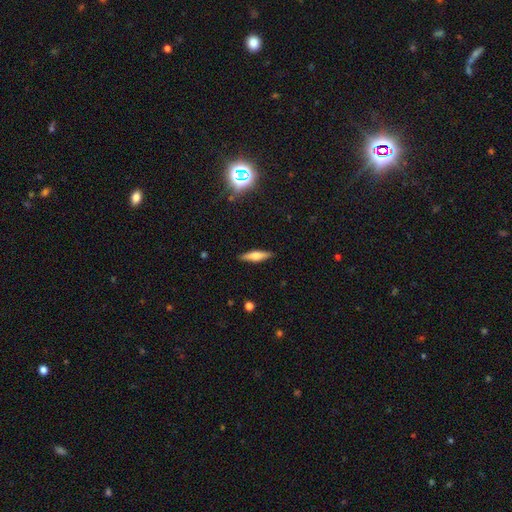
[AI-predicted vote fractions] smooth_or_featured: smooth (p=0.53) [alt: featured or disk p=0.39]
how_rounded: cigar-shaped (p=0.72) [alt: in between p=0.26]
merging: none (p=0.89) [alt: minor disturbance p=0.08]